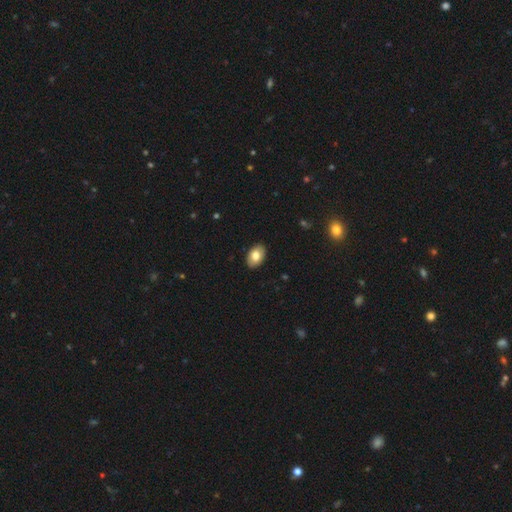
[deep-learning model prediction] Smooth or featured? Predicted: smooth (p=0.78). How rounded? Predicted: in between (p=0.90). Merging? Predicted: none (p=0.89).